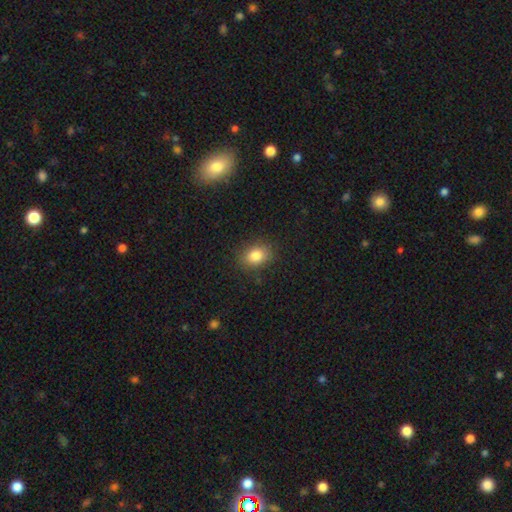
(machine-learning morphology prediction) smooth-or-featured: smooth: 83% | star or artifact: 10% | featured or disk: 7%
  how-rounded: in between: 58% | round: 41% | cigar-shaped: 1%
  merging: none: 84% | minor disturbance: 11% | major disturbance: 3% | merger: 1%